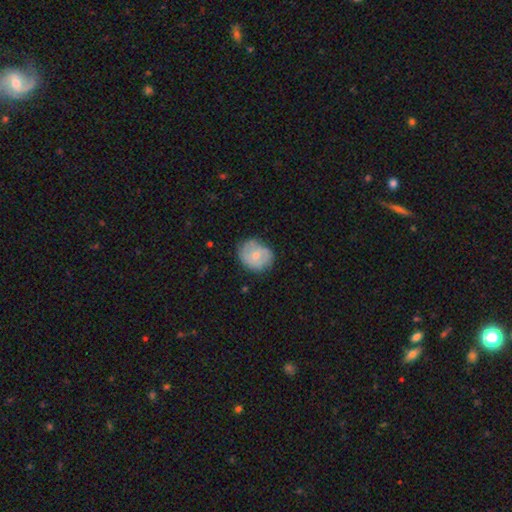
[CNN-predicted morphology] Smooth or featured? smooth (48%)
Merging? none (67%)